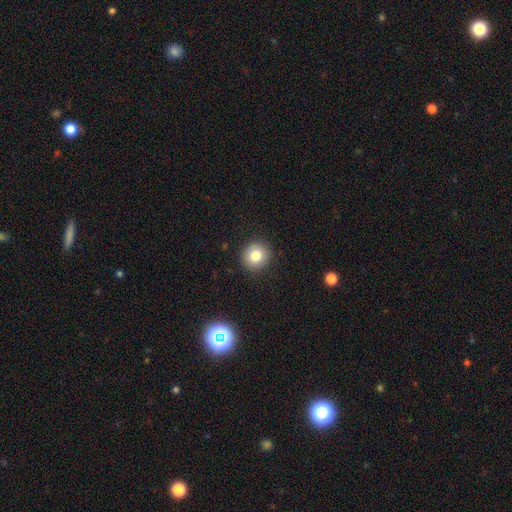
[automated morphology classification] smooth-or-featured: smooth: 80% | star or artifact: 10% | featured or disk: 10%
  how-rounded: round: 91% | in between: 8% | cigar-shaped: 1%
  merging: none: 90% | minor disturbance: 7% | major disturbance: 2% | merger: 1%